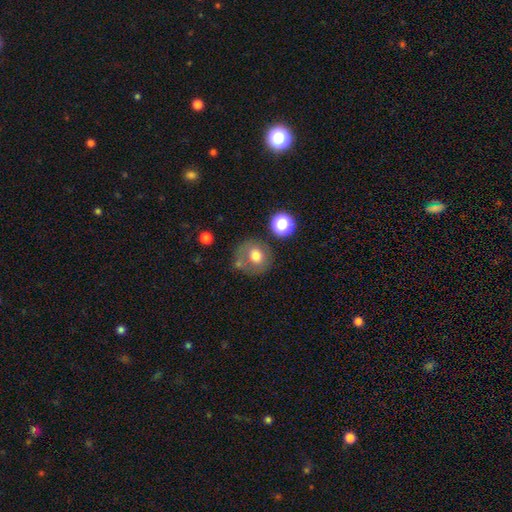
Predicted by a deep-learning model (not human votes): Morphology: type=smooth (66%); roundness=round (82%); merging=none (58%).